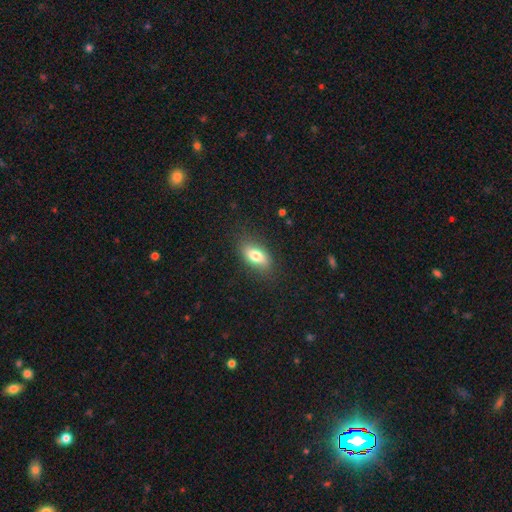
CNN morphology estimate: Overall: smooth (77%). How rounded: in between (87%). Merging: none (82%).